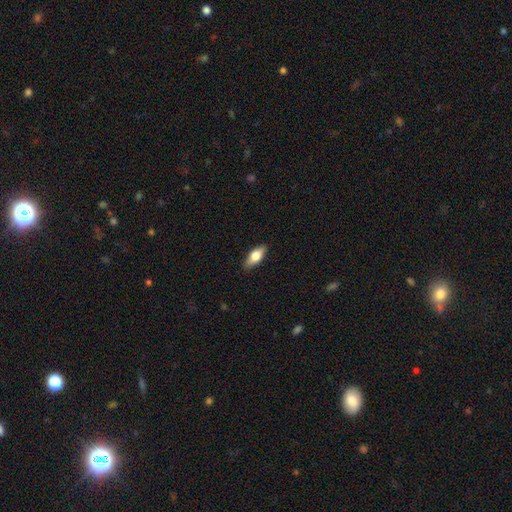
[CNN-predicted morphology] smooth_or_featured: smooth (p=0.71) [alt: featured or disk p=0.23]
how_rounded: in between (p=0.79) [alt: cigar-shaped p=0.18]
merging: none (p=0.87) [alt: minor disturbance p=0.10]